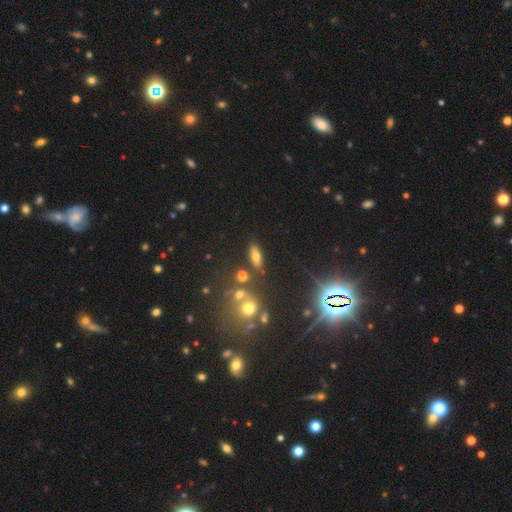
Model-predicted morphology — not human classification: smooth 65%, star or artifact 19%, featured or disk 16%. Down the decision tree: how rounded — in between (71%); merging — none (76%).